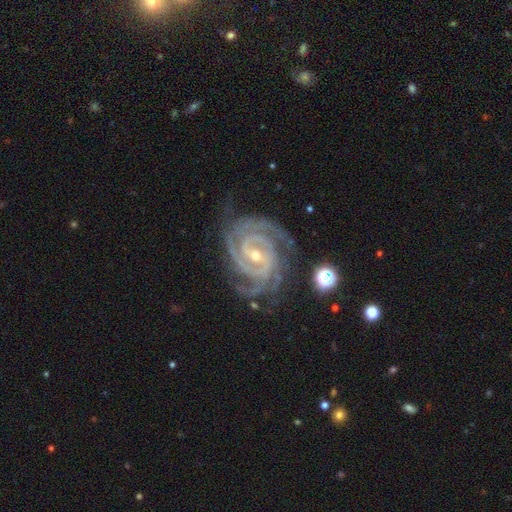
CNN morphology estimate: type=featured or disk (93%); edge-on=no (98%); bar=weak (44%); spiral arms=yes (99%); winding=tight (75%); arm count=3 (34%); bulge=small (64%); merging=none (73%).